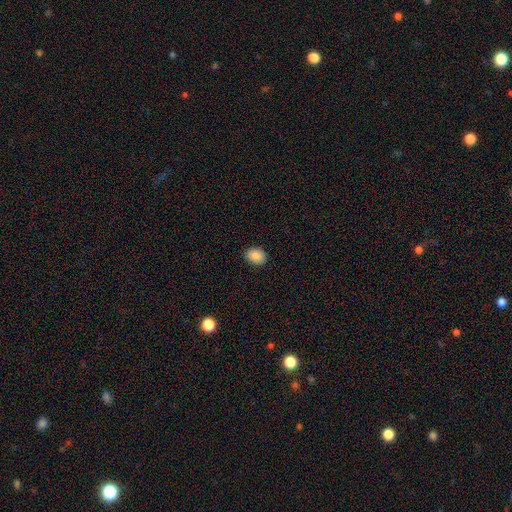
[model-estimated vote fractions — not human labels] Smooth or featured? smooth (88%)
How rounded? in between (68%)
Merging? none (89%)